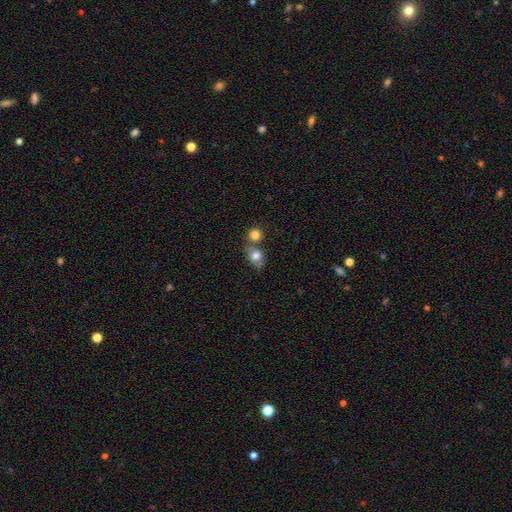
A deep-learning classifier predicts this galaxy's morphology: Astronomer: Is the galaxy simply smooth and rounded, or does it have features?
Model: smooth — 78%.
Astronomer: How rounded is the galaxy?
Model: round — 64%.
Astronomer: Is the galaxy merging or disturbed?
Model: none — 47% (runner-up: merger, 36%).